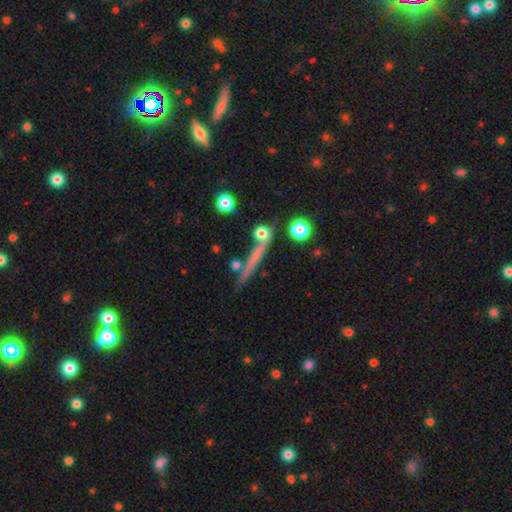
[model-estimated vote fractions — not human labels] The model was most divided on "smooth or featured": featured or disk: 45%, smooth: 43%, star or artifact: 12%. More confident: merging — none (75%).